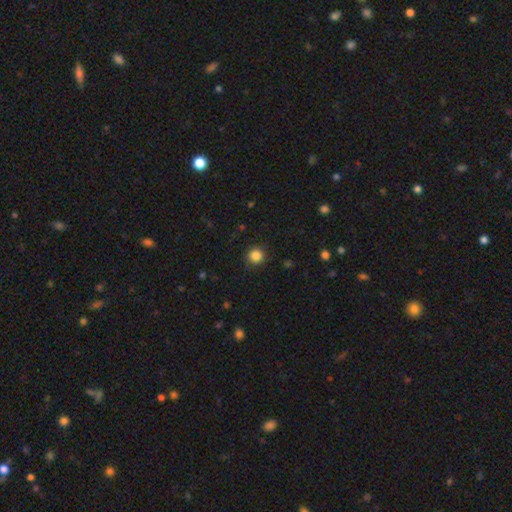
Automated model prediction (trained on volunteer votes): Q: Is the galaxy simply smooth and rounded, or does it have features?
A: smooth — 85%.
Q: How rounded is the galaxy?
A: round — 94%.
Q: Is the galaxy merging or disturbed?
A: none — 89%.